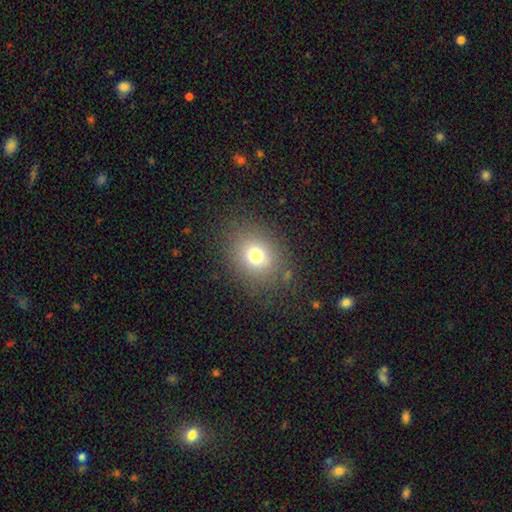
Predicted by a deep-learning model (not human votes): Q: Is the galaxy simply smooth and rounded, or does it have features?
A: smooth — 73%.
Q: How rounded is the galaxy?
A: round — 57%.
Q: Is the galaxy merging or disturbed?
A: none — 82%.